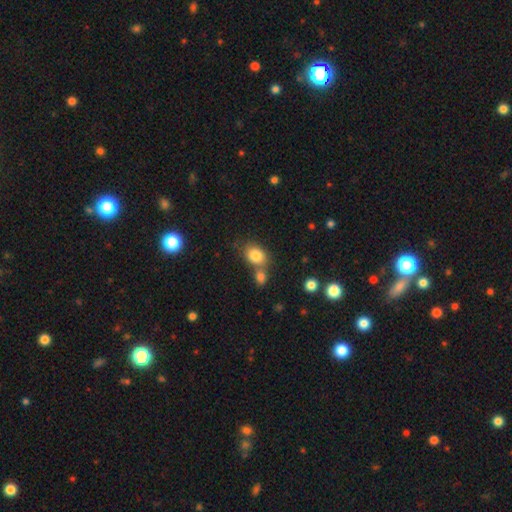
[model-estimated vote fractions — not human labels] Smooth or featured?
  - smooth: 83% *
  - star or artifact: 10%
  - featured or disk: 7%
How rounded?
  - in between: 56% *
  - round: 43%
  - cigar-shaped: 1%
Merging?
  - none: 52% *
  - merger: 33%
  - minor disturbance: 11%
  - major disturbance: 4%